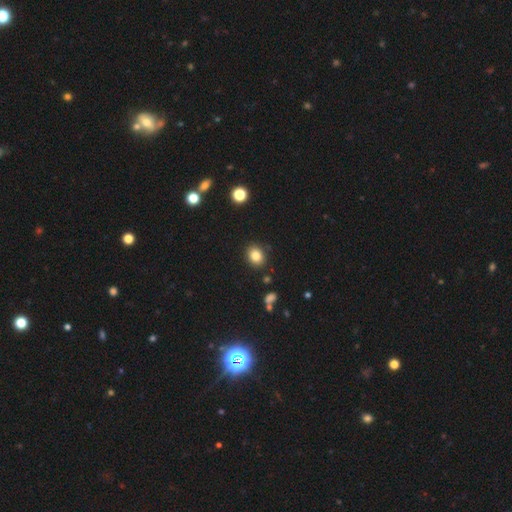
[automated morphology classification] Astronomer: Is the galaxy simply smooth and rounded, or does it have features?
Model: smooth — 84%.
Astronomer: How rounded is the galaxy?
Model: round — 54% (runner-up: in between, 45%).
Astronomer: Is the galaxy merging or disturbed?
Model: none — 86%.